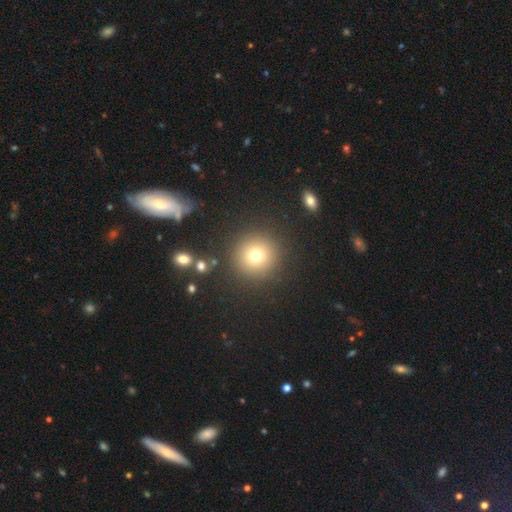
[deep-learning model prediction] This is likely a smooth galaxy (74%). How rounded: clearly round (94%). Merging: clearly none (89%).